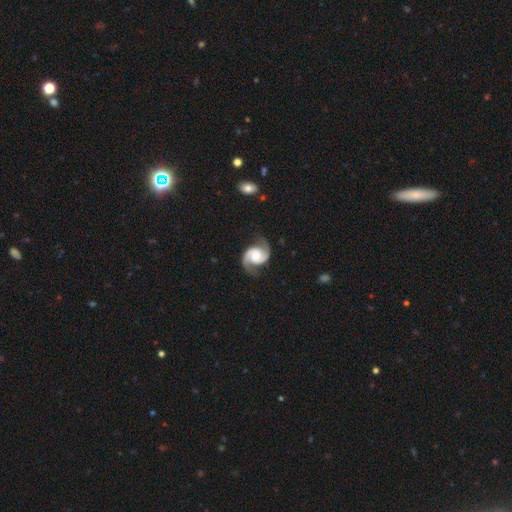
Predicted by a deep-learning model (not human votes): Smooth or featured? featured or disk (92%)
Edge-on disk? no (98%)
Bar? no (59%)
Spiral arms? yes (98%)
Spiral winding? medium (57%)
Spiral arm count? 2 (94%)
Bulge size? moderate (47%)
Merging? none (80%)